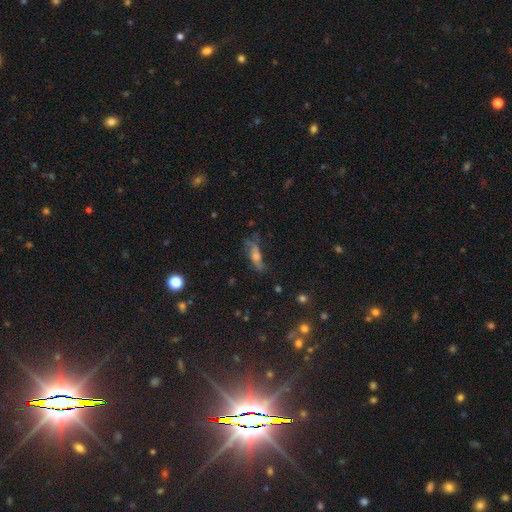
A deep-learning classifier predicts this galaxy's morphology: Smooth or featured? featured or disk (42%)
Merging? none (54%)